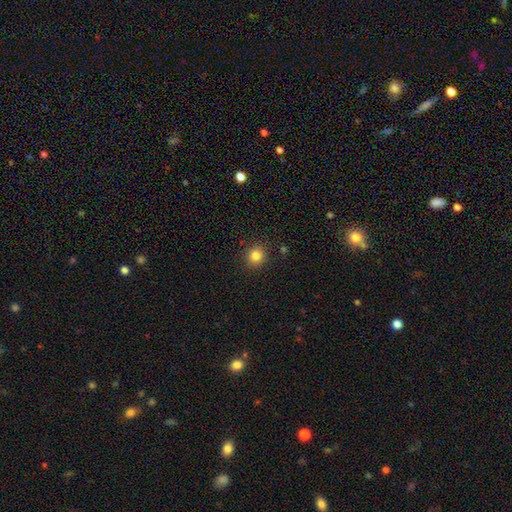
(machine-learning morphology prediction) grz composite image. It shows a smooth galaxy with no disk features (83%) that is round (89%). Merging: none (90%).